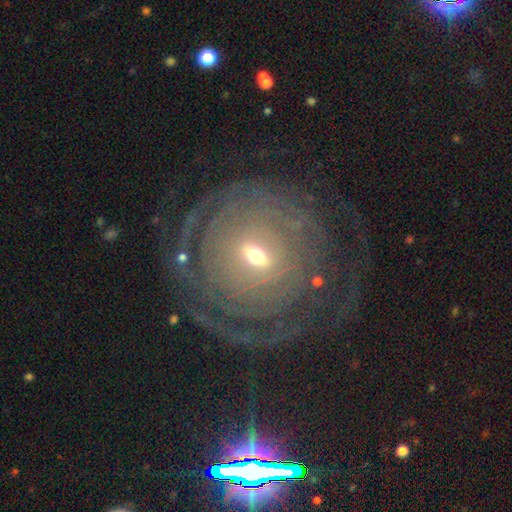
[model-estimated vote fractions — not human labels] This is clearly a featured or disk galaxy (85%). It is clearly not viewed edge-on (95%). Bar: possibly weak (47%). Spiral arm pattern: clearly yes (91%). Spiral arm count: marginally can't tell (38%). Spiral winding: likely tight (76%). Central bulge: possibly small (56%). Merging: likely none (72%).